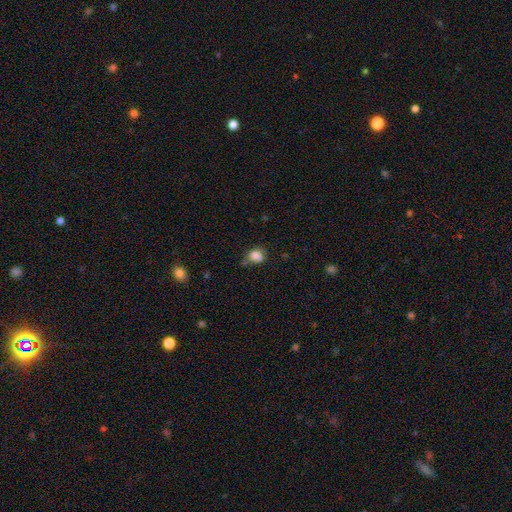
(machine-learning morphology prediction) This appears to be a smooth galaxy with no disk features (81%) that is round (57%). Merging: none (50%).